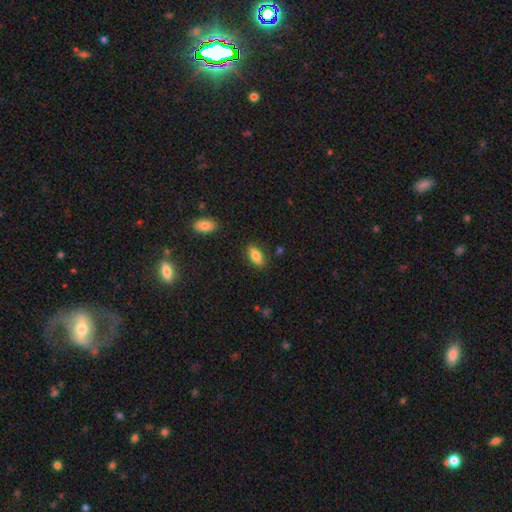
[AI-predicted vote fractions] smooth 80%, featured or disk 13%, star or artifact 7%. Down the decision tree: how rounded — in between (85%); merging — none (84%).